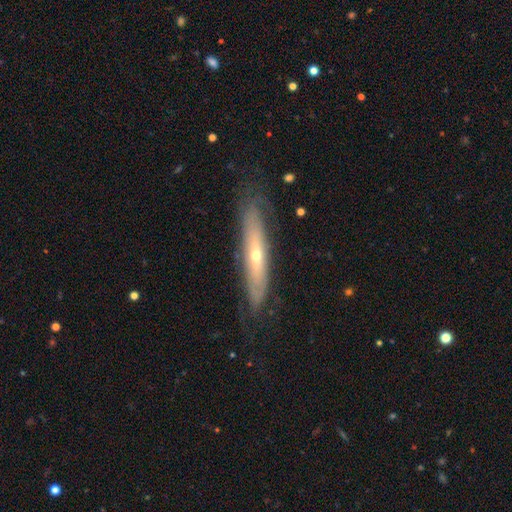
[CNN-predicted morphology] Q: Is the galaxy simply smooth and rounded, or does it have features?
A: featured or disk — 63%.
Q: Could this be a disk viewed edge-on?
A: yes — 67%.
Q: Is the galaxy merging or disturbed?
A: none — 78%.